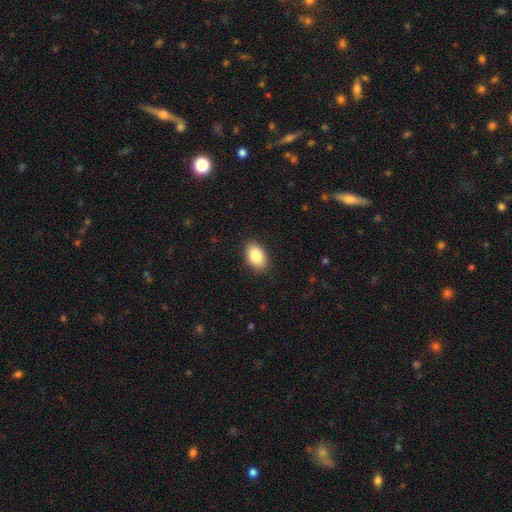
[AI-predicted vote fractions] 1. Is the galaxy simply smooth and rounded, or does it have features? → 87% smooth, 7% star or artifact, 6% featured or disk.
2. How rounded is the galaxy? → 90% in between, 9% round, 1% cigar-shaped.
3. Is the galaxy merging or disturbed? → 88% none, 9% minor disturbance, 2% major disturbance, 1% merger.